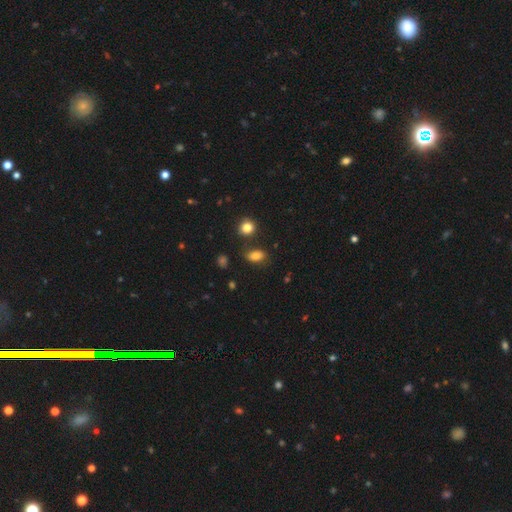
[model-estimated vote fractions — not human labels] A smooth galaxy with no disk features (80%) that is in between round and cigar-shaped (84%).

Vote fractions:
- Smooth or featured? smooth: 80% / star or artifact: 12% / featured or disk: 8%
- How rounded? in between: 84% / round: 13% / cigar-shaped: 3%
- Merging? none: 74% / minor disturbance: 17% / merger: 5% / major disturbance: 5%